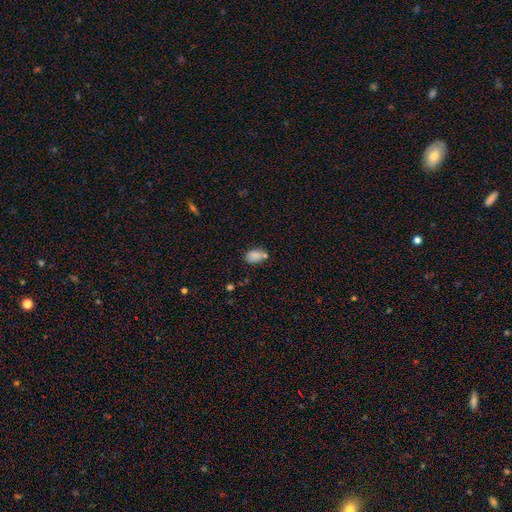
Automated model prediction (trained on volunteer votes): smooth_or_featured: smooth (p=0.83) [alt: star or artifact p=0.10]
how_rounded: in between (p=0.88) [alt: round p=0.10]
merging: none (p=0.60) [alt: minor disturbance p=0.21]